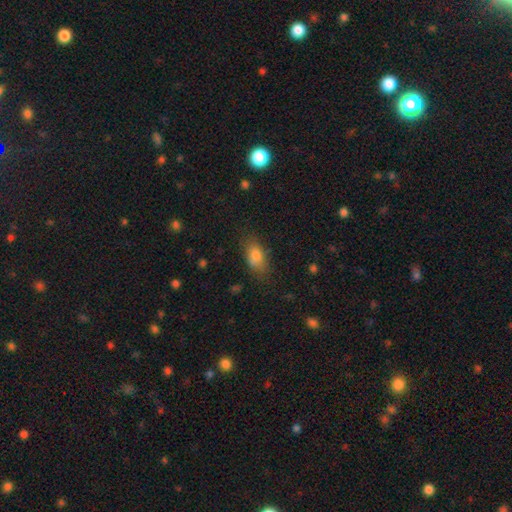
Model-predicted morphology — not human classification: This appears to be a smooth galaxy with no disk features (81%) that is in between round and cigar-shaped (86%). Merging: none (72%).